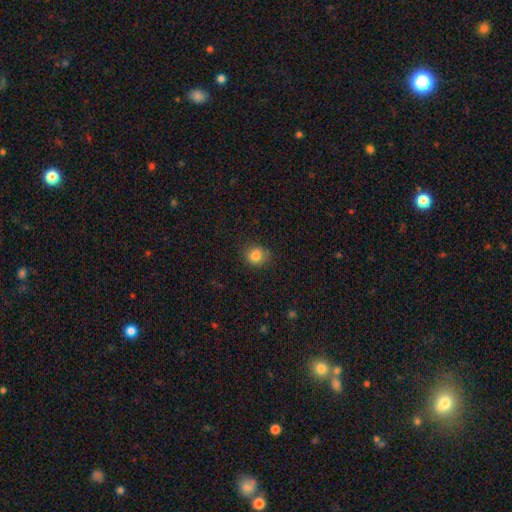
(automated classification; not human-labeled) A smooth galaxy with no disk features (83%) that is round (80%).

Vote fractions:
- Smooth or featured? smooth: 83% / star or artifact: 11% / featured or disk: 6%
- How rounded? round: 80% / in between: 19% / cigar-shaped: 1%
- Merging? none: 82% / minor disturbance: 14% / major disturbance: 3% / merger: 1%